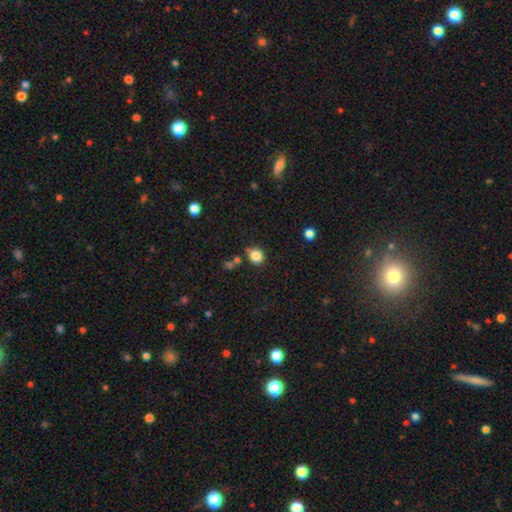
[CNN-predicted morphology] smooth-or-featured: smooth: 84% | star or artifact: 11% | featured or disk: 5%
  how-rounded: round: 80% | in between: 19% | cigar-shaped: 1%
  merging: none: 75% | minor disturbance: 13% | merger: 8% | major disturbance: 3%